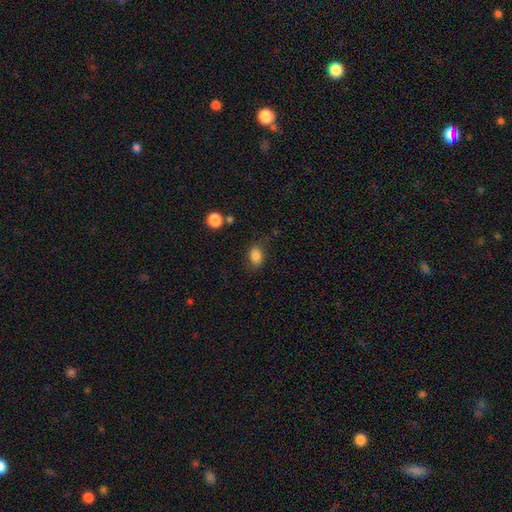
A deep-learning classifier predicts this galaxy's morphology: Overall: smooth (86%). How rounded: in between (78%). Merging: none (78%).